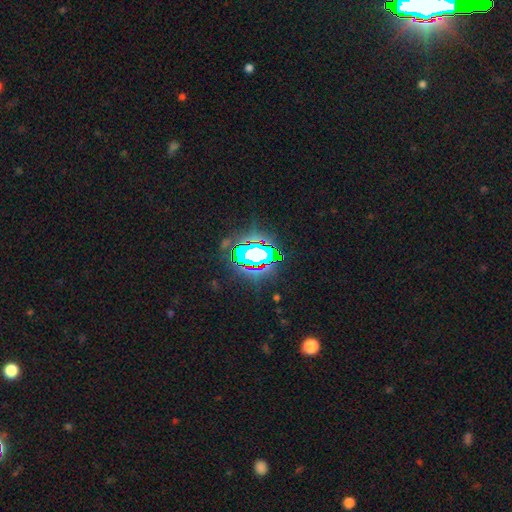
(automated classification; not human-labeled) star or artifact 68%, smooth 17%, featured or disk 15%.